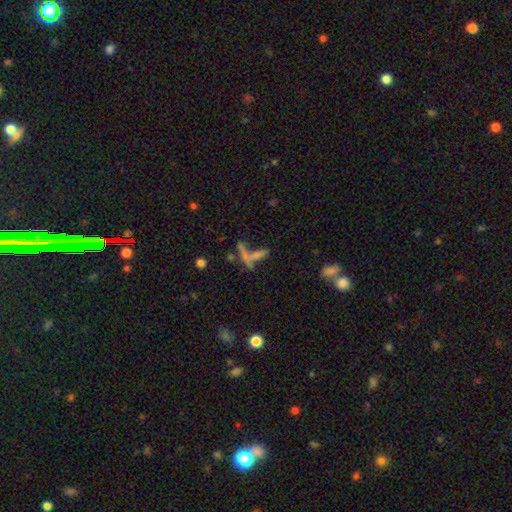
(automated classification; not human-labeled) Overall: smooth (49%; featured or disk 30%). Merging: merger (43%; none 38%).